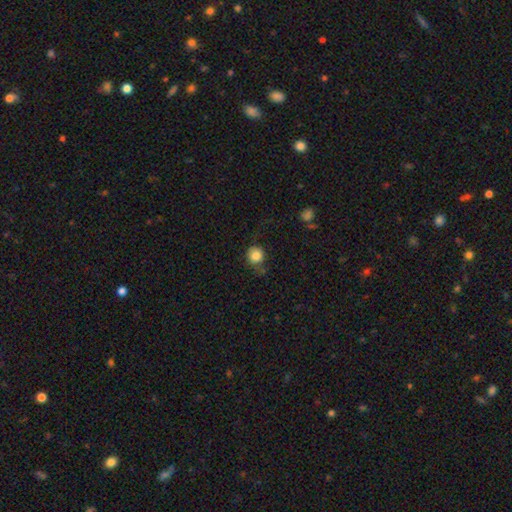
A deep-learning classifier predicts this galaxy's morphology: Smooth or featured? Predicted: smooth (p=0.84). How rounded? Predicted: round (p=0.89). Merging? Predicted: none (p=0.66).